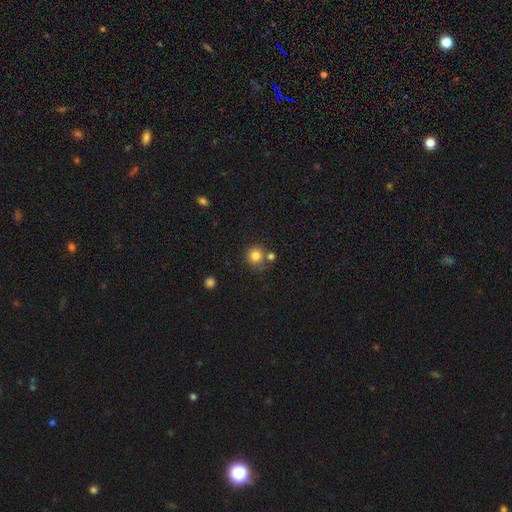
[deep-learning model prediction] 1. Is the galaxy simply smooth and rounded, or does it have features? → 81% smooth, 12% star or artifact, 7% featured or disk.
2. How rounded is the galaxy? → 92% round, 7% in between, 1% cigar-shaped.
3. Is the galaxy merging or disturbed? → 69% none, 17% merger, 10% minor disturbance, 3% major disturbance.